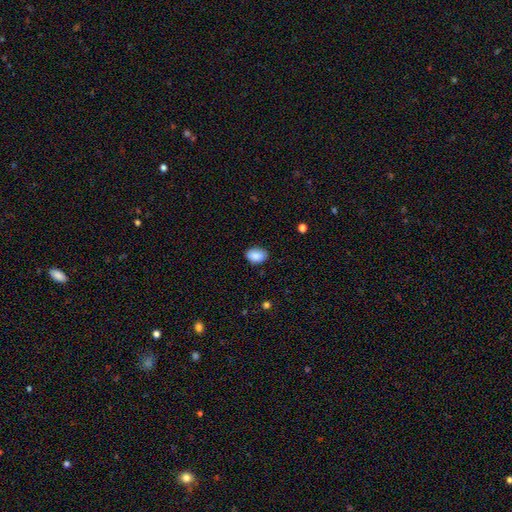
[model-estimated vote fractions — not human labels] Smooth or featured?
  - smooth: 89% *
  - star or artifact: 7%
  - featured or disk: 4%
How rounded?
  - in between: 84% *
  - round: 15%
  - cigar-shaped: 1%
Merging?
  - none: 83% *
  - minor disturbance: 14%
  - major disturbance: 2%
  - merger: 1%